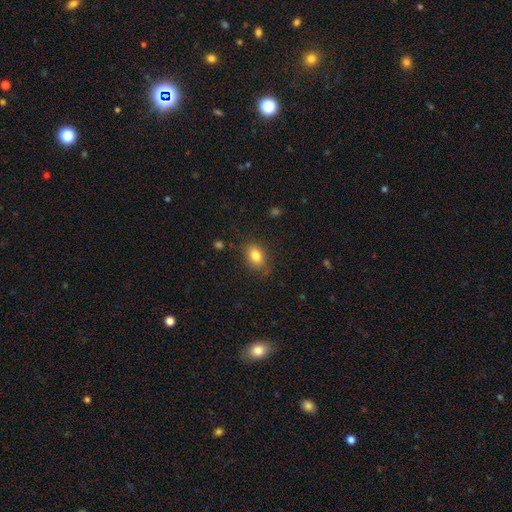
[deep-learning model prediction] This is clearly a smooth galaxy (82%). How rounded: likely in between (75%). Merging: clearly none (80%).